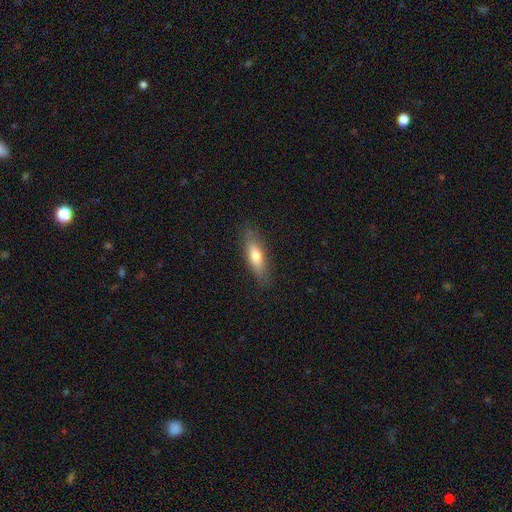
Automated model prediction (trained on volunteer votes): A smooth galaxy with no disk features (68%) that is cigar-shaped (51%). Merging: none (83%).